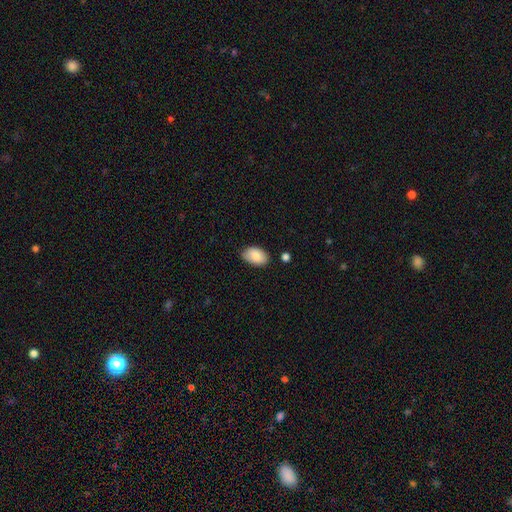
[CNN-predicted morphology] smooth 84%, featured or disk 9%, star or artifact 6%. Down the decision tree: how rounded — in between (91%); merging — none (79%).